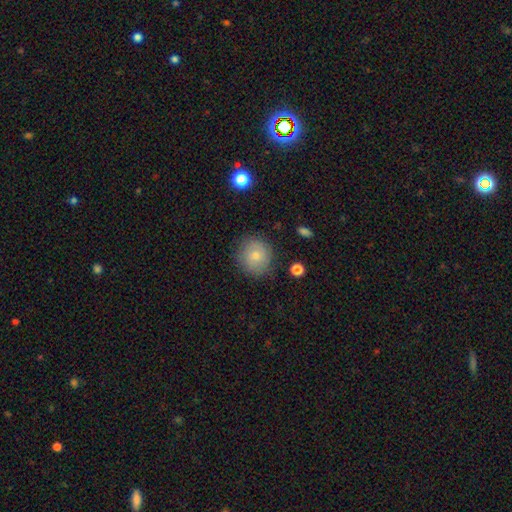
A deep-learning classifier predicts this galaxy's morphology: smooth_or_featured: smooth (p=0.76) [alt: featured or disk p=0.15]
how_rounded: round (p=0.88) [alt: in between p=0.11]
merging: none (p=0.82) [alt: minor disturbance p=0.13]